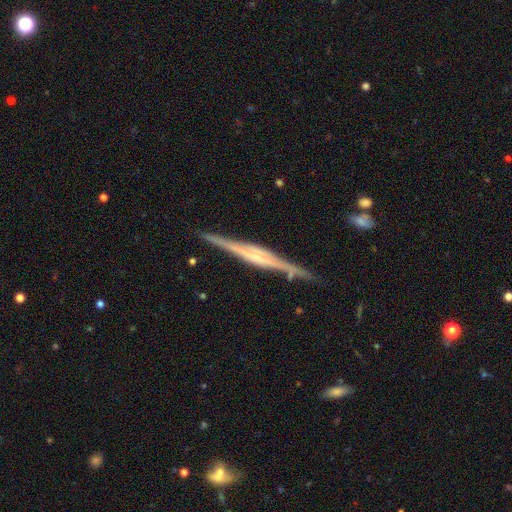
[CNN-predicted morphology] Smooth or featured? featured or disk (86%)
Edge-on disk? yes (98%)
Edge-on bulge? rounded (49%)
Merging? none (86%)